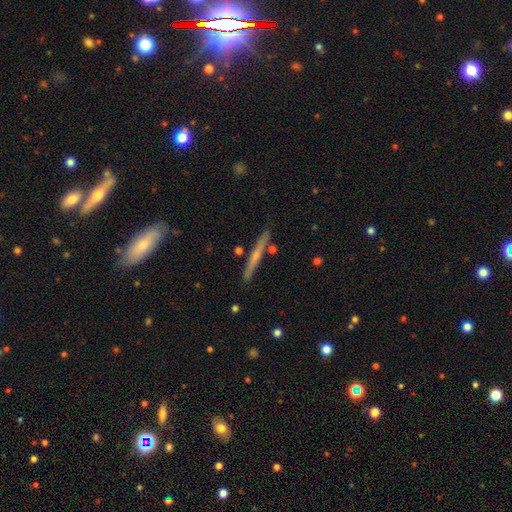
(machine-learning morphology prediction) Smooth or featured: featured or disk — 56% (smooth — 38%)
Edge-on disk: yes — 97% (no — 3%)
Edge-on bulge: none — 51% (rounded — 45%)
Merging: none — 87% (minor disturbance — 8%)